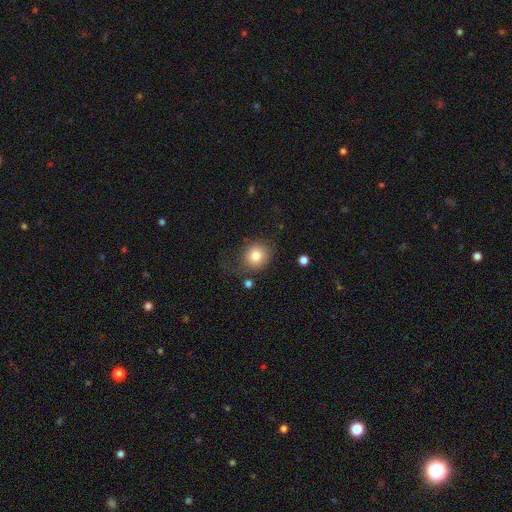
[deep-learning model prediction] smooth-or-featured: smooth: 81% | star or artifact: 10% | featured or disk: 9%
  how-rounded: round: 75% | in between: 24% | cigar-shaped: 1%
  merging: none: 68% | minor disturbance: 19% | major disturbance: 10% | merger: 3%